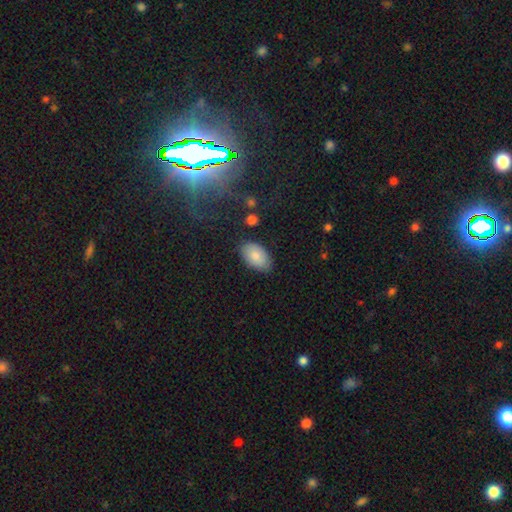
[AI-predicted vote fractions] smooth_or_featured: smooth (p=0.84) [alt: featured or disk p=0.09]
how_rounded: in between (p=0.94) [alt: round p=0.05]
merging: none (p=0.81) [alt: minor disturbance p=0.14]